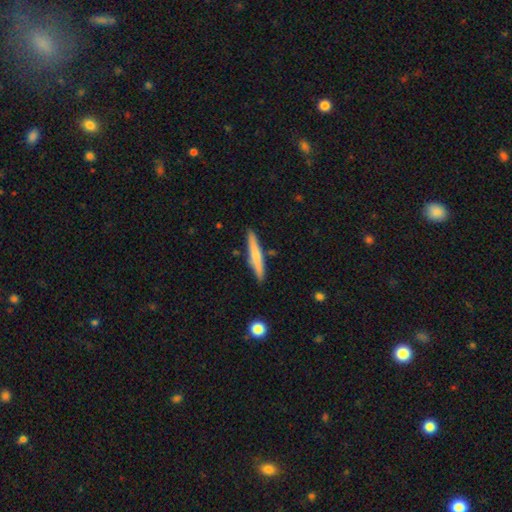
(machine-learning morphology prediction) smooth 57%, featured or disk 37%, star or artifact 5%. Down the decision tree: how rounded — cigar-shaped (93%); merging — none (87%).